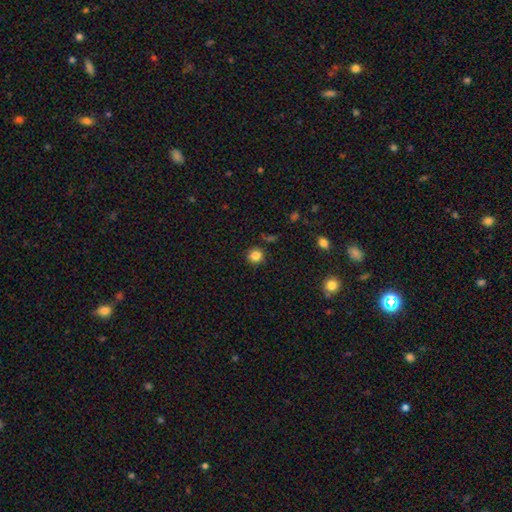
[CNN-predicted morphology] type=smooth (84%); roundness=round (92%); merging=none (88%).